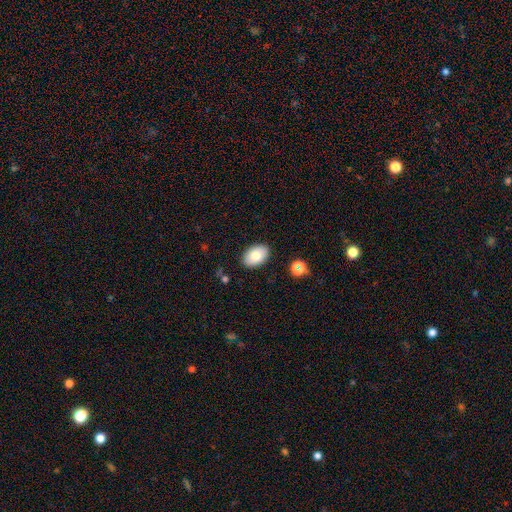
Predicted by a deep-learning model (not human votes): Morphology: type=smooth (80%); roundness=in between (90%); merging=none (87%).